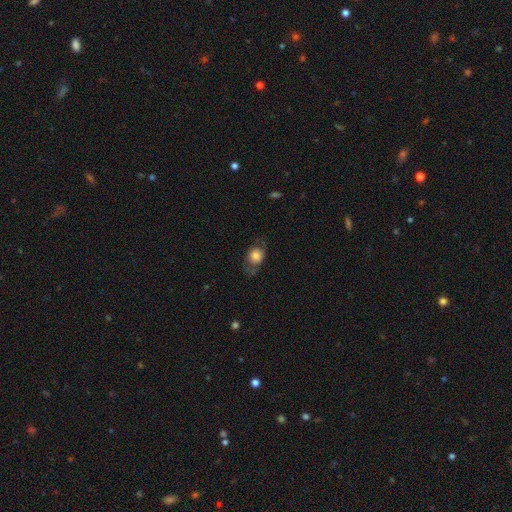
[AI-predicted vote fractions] smooth_or_featured: smooth (p=0.66) [alt: featured or disk p=0.26]
how_rounded: round (p=0.54) [alt: in between p=0.44]
merging: none (p=0.58) [alt: minor disturbance p=0.23]